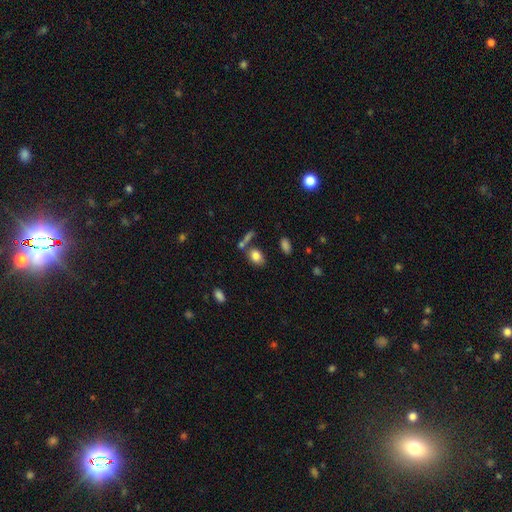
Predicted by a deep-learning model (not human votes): Smooth or featured: smooth — 80% (star or artifact — 10%)
How rounded: in between — 77% (round — 21%)
Merging: none — 63% (merger — 18%)